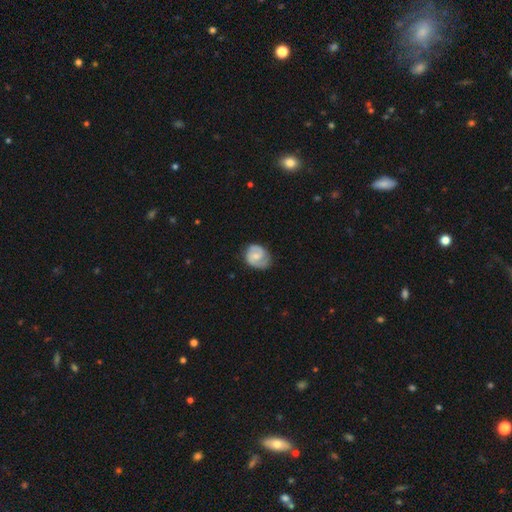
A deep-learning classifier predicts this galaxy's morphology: smooth_or_featured: featured or disk (p=0.64) [alt: smooth p=0.30]
disk_edge_on: no (p=0.98) [alt: yes p=0.02]
bar: no (p=0.46) [alt: weak p=0.45]
has_spiral_arms: yes (p=0.90) [alt: no p=0.10]
spiral_winding: tight (p=0.45) [alt: medium p=0.41]
spiral_arm_count: 2 (p=0.75) [alt: can't tell p=0.11]
bulge_size: small (p=0.48) [alt: moderate p=0.38]
merging: none (p=0.67) [alt: minor disturbance p=0.24]